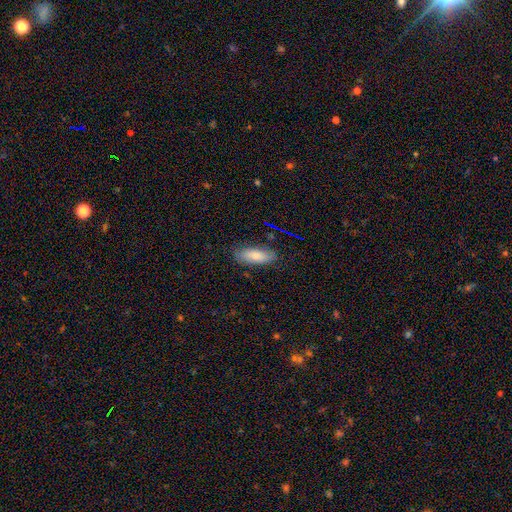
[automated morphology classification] type=smooth (80%); roundness=in between (76%); merging=none (80%).